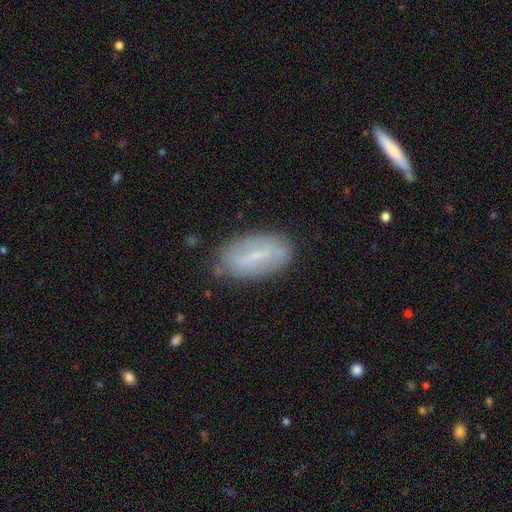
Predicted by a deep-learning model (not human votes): A smooth galaxy with no disk features (48%). Merging: none (78%).